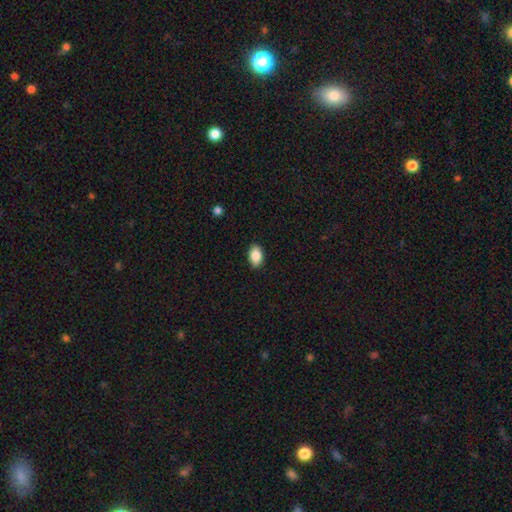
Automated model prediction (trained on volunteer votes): Smooth or featured?
  - smooth: 88% *
  - star or artifact: 7%
  - featured or disk: 5%
How rounded?
  - in between: 90% *
  - round: 9%
  - cigar-shaped: 1%
Merging?
  - none: 89% *
  - minor disturbance: 8%
  - major disturbance: 2%
  - merger: 1%